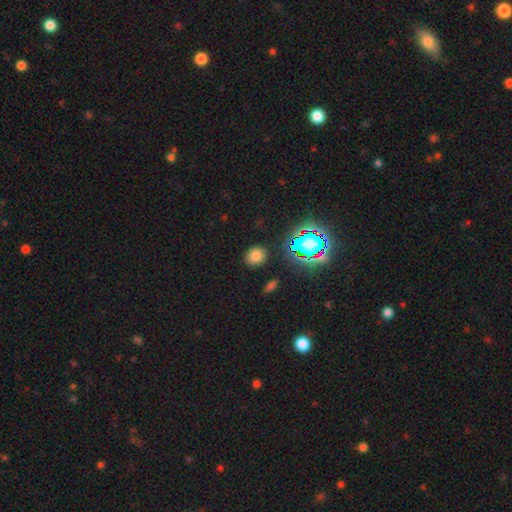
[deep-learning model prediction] A smooth galaxy with no disk features (73%) that is round (76%). Merging: none (86%).